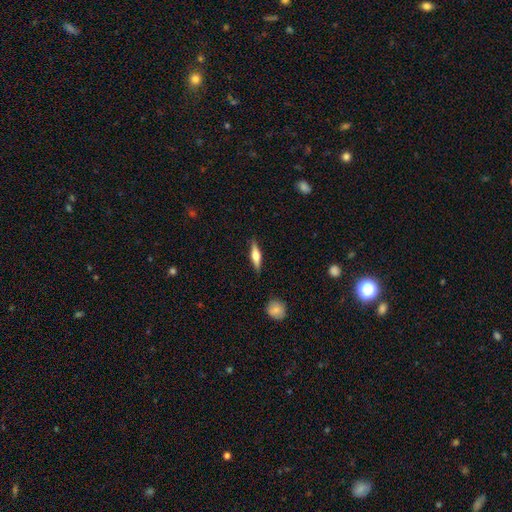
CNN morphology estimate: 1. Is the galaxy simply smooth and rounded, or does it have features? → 49% featured or disk, 45% smooth, 6% star or artifact.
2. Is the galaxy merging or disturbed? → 87% none, 9% minor disturbance, 2% major disturbance, 1% merger.